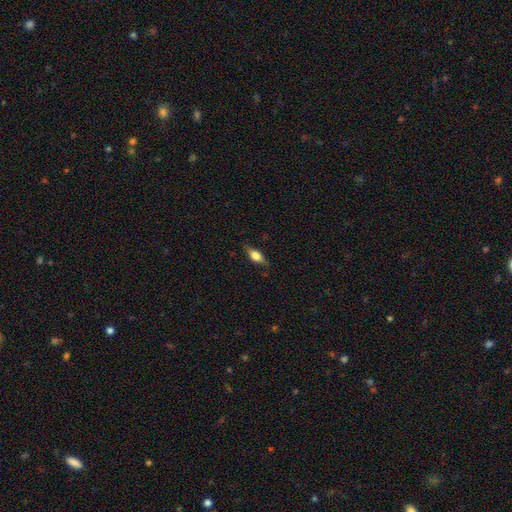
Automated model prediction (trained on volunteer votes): Morphology: type=smooth (57%); roundness=in between (72%); merging=none (79%).